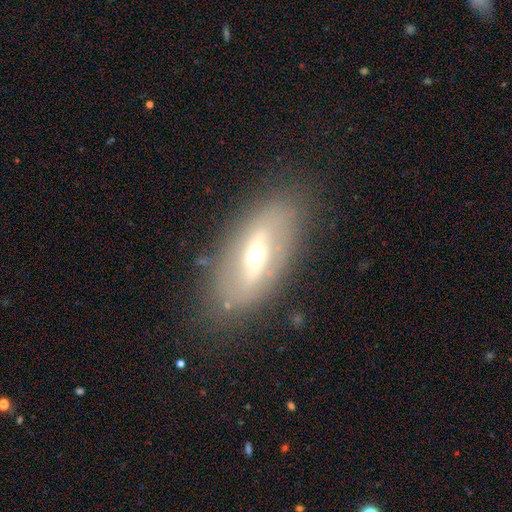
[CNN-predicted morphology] Overall: featured or disk (62%; smooth 29%). Edge-on disk: no (77%). Merging: none (80%).